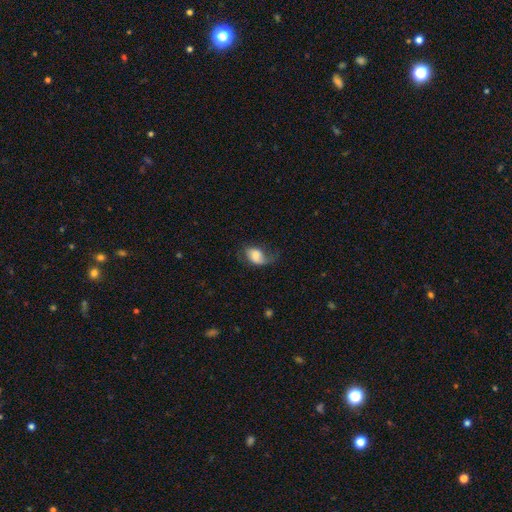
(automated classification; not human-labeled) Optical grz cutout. It shows a smooth galaxy with no disk features (63%) that is in between round and cigar-shaped (81%). Merging: none (36%).